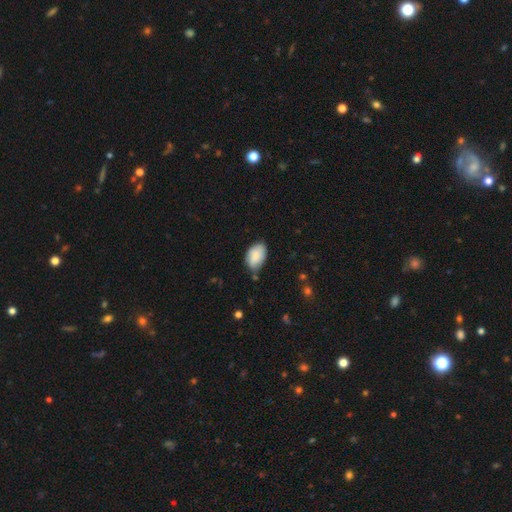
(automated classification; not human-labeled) Smooth or featured: smooth — 83% (featured or disk — 11%)
How rounded: in between — 91% (round — 7%)
Merging: none — 63% (minor disturbance — 29%)